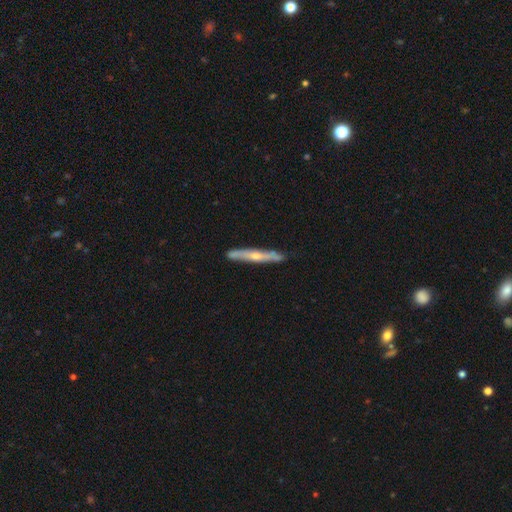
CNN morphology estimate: The model was most divided on "smooth or featured": featured or disk: 60%, smooth: 34%, star or artifact: 6%. More confident: edge-on disk — yes (89%); merging — none (86%); edge-on bulge — rounded (76%).